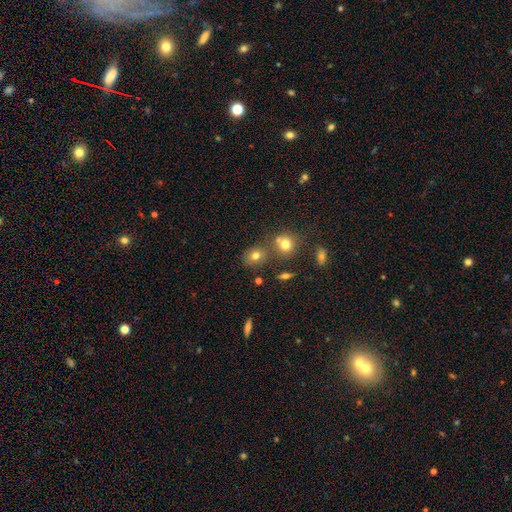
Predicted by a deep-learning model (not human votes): The model was most divided on "how rounded": round: 59%, in between: 40%, cigar-shaped: 1%. More confident: smooth or featured — smooth (73%); merging — none (65%).